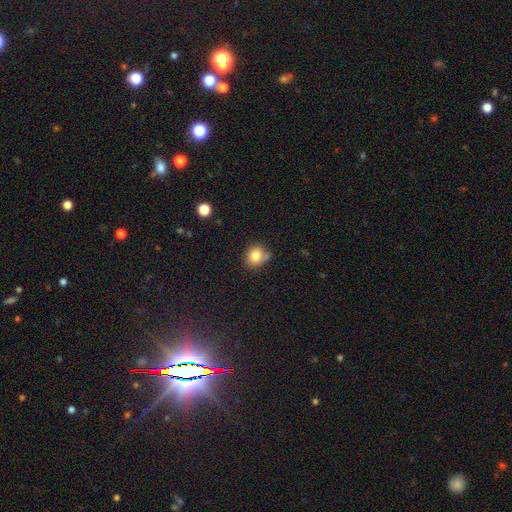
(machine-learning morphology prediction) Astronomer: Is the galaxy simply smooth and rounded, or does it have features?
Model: smooth — 81%.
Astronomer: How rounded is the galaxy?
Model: round — 73%.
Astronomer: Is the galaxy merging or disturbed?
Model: none — 62%.